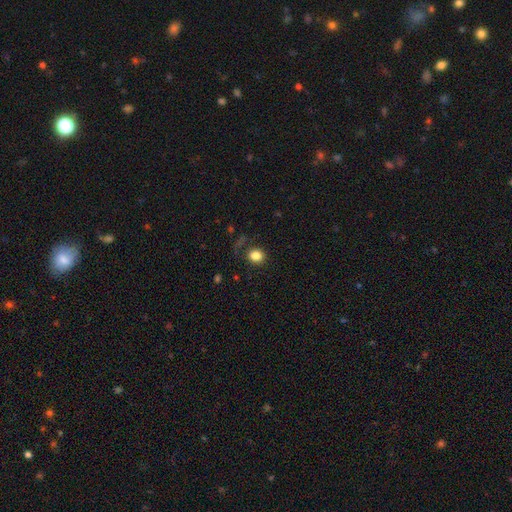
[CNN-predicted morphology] Q: Smooth or featured?
A: smooth (83%); runner-up: star or artifact (10%)
Q: How rounded?
A: round (70%); runner-up: in between (29%)
Q: Merging?
A: none (80%); runner-up: minor disturbance (12%)